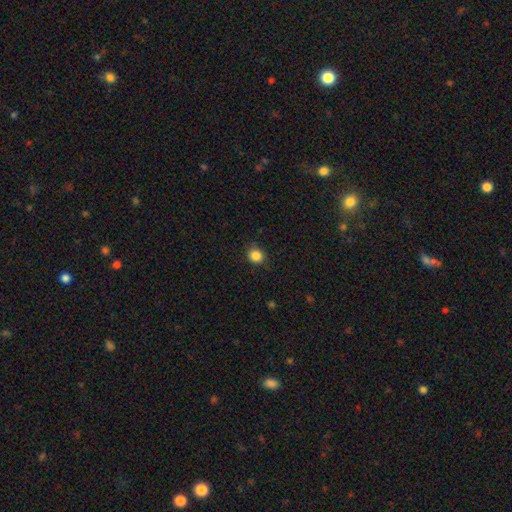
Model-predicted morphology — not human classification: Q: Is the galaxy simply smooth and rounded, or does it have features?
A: smooth — 86%.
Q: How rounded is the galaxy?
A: round — 80%.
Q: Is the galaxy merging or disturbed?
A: none — 84%.